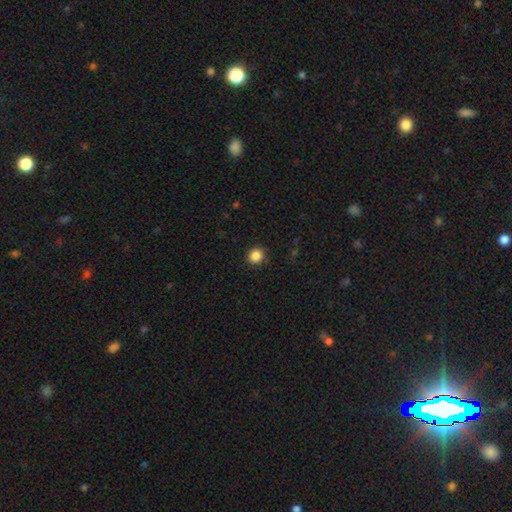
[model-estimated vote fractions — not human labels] A smooth galaxy with no disk features (86%) that is round (90%). Merging: none (91%).